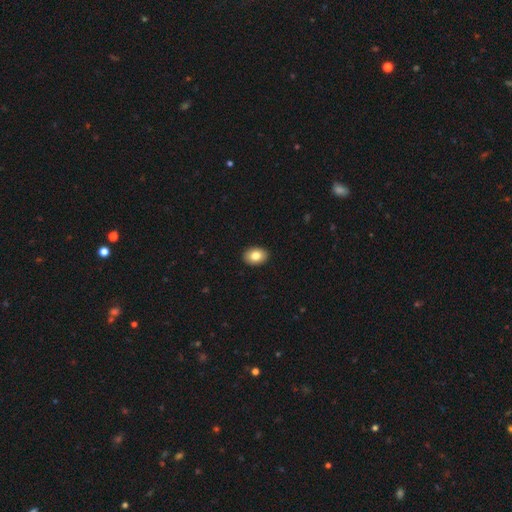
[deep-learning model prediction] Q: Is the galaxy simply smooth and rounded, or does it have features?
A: smooth — 82%.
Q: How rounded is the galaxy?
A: in between — 74%.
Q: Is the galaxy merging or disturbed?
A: none — 92%.